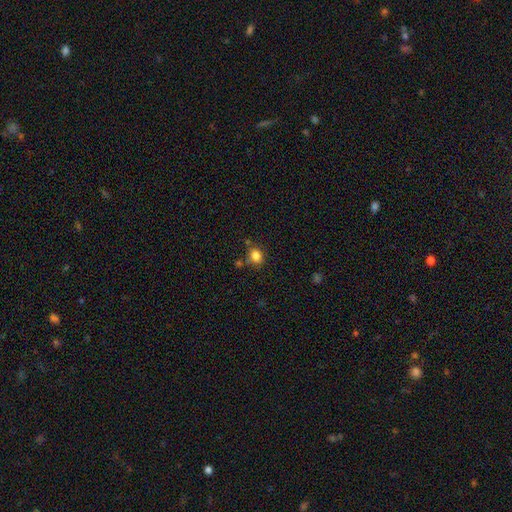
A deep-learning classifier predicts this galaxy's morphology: A smooth galaxy with no disk features (83%) that is round (61%).

Vote fractions:
- Smooth or featured? smooth: 83% / star or artifact: 11% / featured or disk: 5%
- How rounded? round: 61% / in between: 38% / cigar-shaped: 1%
- Merging? none: 73% / minor disturbance: 14% / merger: 9% / major disturbance: 4%